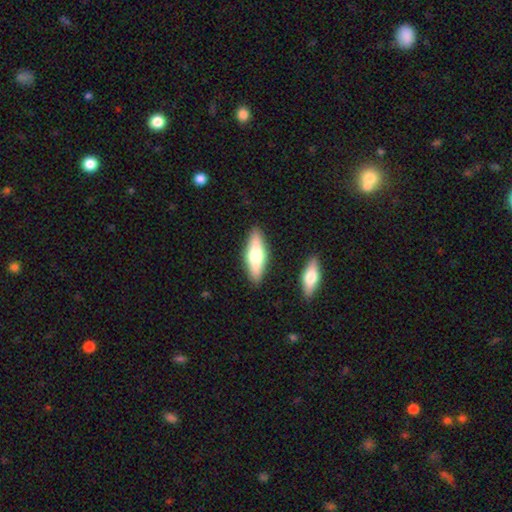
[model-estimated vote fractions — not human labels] smooth 53%, featured or disk 42%, star or artifact 6%. Down the decision tree: how rounded — cigar-shaped (49%); merging — none (86%).